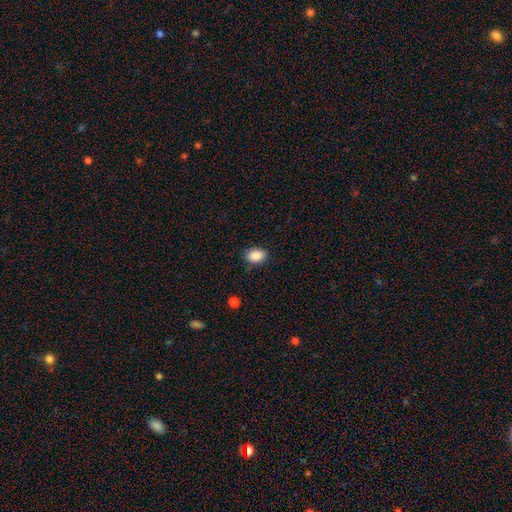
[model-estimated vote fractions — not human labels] Smooth or featured?
  - smooth: 88% *
  - star or artifact: 8%
  - featured or disk: 4%
How rounded?
  - in between: 80% *
  - round: 18%
  - cigar-shaped: 1%
Merging?
  - none: 85% *
  - minor disturbance: 11%
  - major disturbance: 3%
  - merger: 1%